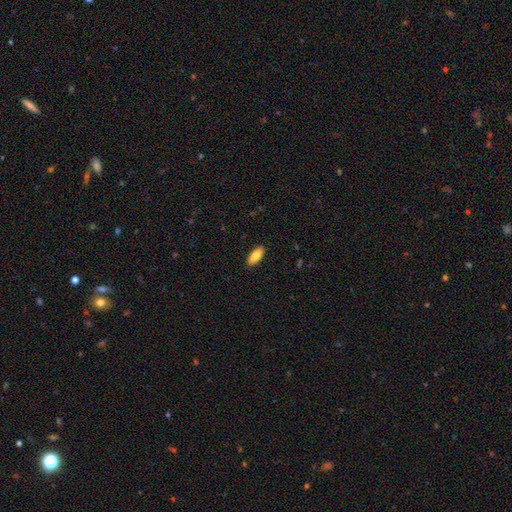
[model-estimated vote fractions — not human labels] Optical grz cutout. It shows a smooth galaxy with no disk features (82%) that is in between round and cigar-shaped (80%). Merging: none (90%).